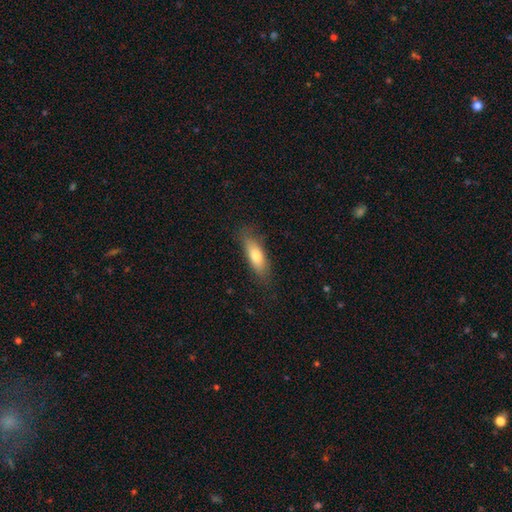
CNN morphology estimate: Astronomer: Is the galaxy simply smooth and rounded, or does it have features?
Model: smooth — 73%.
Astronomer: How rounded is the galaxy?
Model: in between — 57% (runner-up: cigar-shaped, 40%).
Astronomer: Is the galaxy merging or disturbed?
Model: none — 79%.